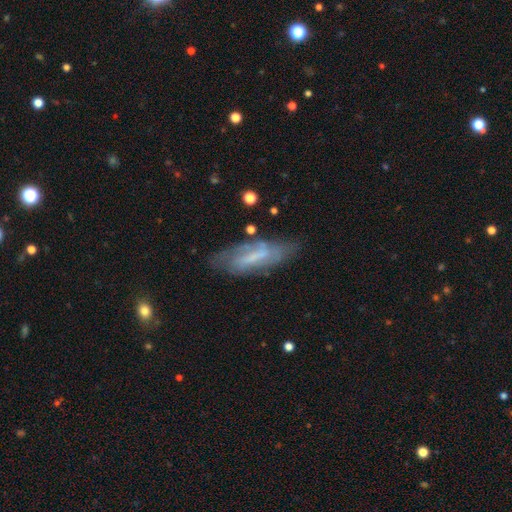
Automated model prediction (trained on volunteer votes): Overall: featured or disk (59%; smooth 33%). Edge-on disk: no (75%). Merging: none (62%; minor disturbance 24%).